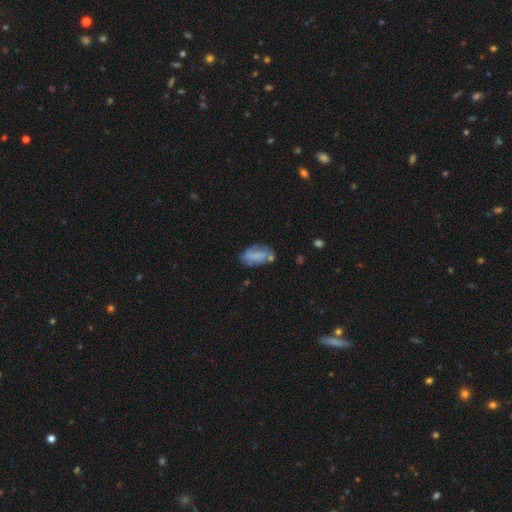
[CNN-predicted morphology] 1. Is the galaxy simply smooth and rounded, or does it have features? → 66% smooth, 26% featured or disk, 8% star or artifact.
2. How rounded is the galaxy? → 90% in between, 5% cigar-shaped, 5% round.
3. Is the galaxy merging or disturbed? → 53% none, 26% minor disturbance, 11% merger, 10% major disturbance.